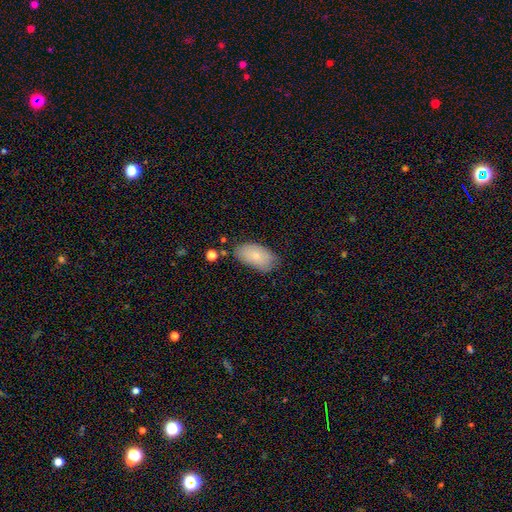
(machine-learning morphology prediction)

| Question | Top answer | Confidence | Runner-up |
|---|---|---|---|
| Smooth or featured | smooth | 76% | featured or disk (17%) |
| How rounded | in between | 94% | round (3%) |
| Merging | none | 72% | minor disturbance (21%) |